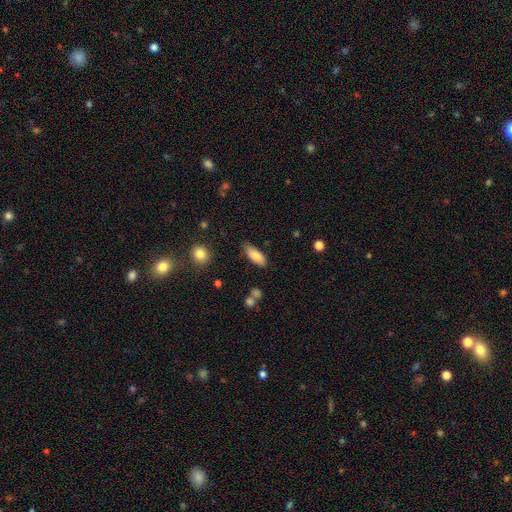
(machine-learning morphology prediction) smooth_or_featured: smooth (p=0.82) [alt: featured or disk p=0.12]
how_rounded: in between (p=0.74) [alt: cigar-shaped p=0.24]
merging: none (p=0.79) [alt: minor disturbance p=0.15]